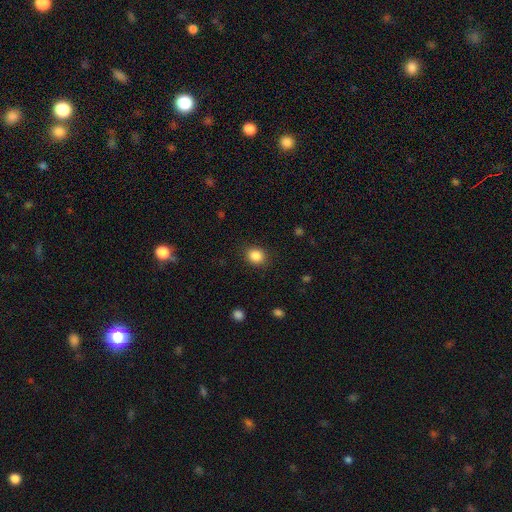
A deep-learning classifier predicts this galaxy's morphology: Overall: smooth (86%). How rounded: round (72%). Merging: none (88%).